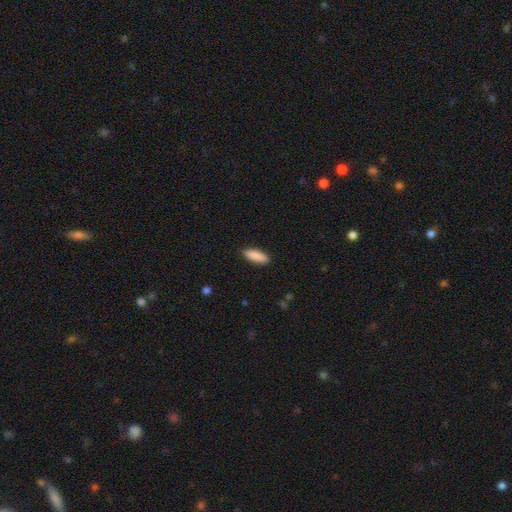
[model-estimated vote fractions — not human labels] The model was most divided on "how rounded": in between: 54%, cigar-shaped: 44%, round: 2%. More confident: merging — none (90%); smooth or featured — smooth (89%).